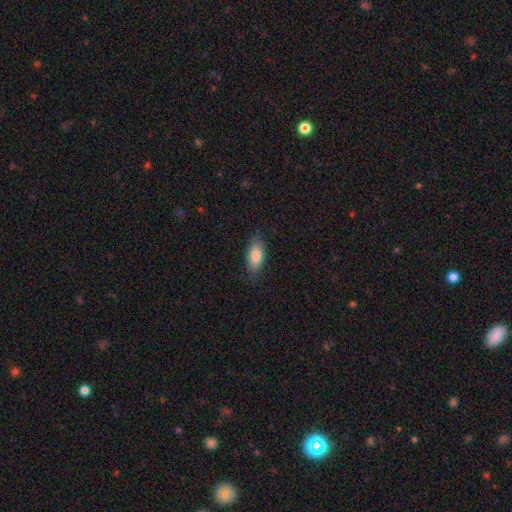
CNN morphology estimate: Q: Smooth or featured?
A: smooth (83%); runner-up: featured or disk (10%)
Q: How rounded?
A: in between (87%); runner-up: cigar-shaped (10%)
Q: Merging?
A: none (82%); runner-up: minor disturbance (14%)